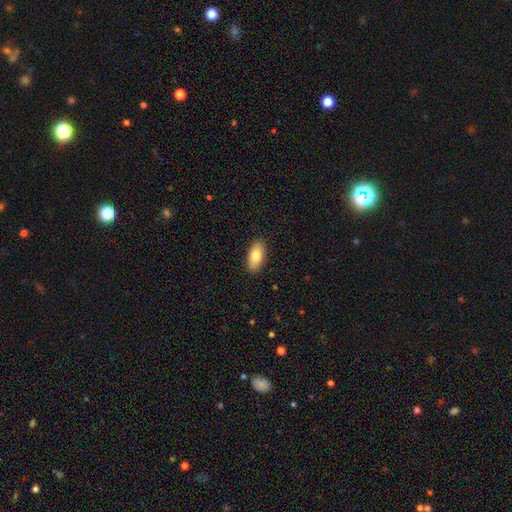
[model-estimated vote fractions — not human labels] smooth-or-featured: smooth: 79% | featured or disk: 14% | star or artifact: 6%
  how-rounded: in between: 89% | cigar-shaped: 8% | round: 3%
  merging: none: 89% | minor disturbance: 8% | major disturbance: 2% | merger: 1%